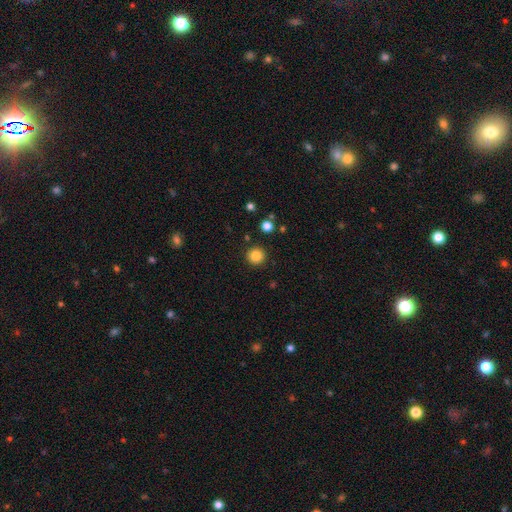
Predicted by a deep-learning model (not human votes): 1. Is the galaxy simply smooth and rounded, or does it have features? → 86% smooth, 11% star or artifact, 4% featured or disk.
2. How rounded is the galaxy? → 95% round, 4% in between, 1% cigar-shaped.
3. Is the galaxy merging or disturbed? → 92% none, 5% minor disturbance, 2% major disturbance, 2% merger.